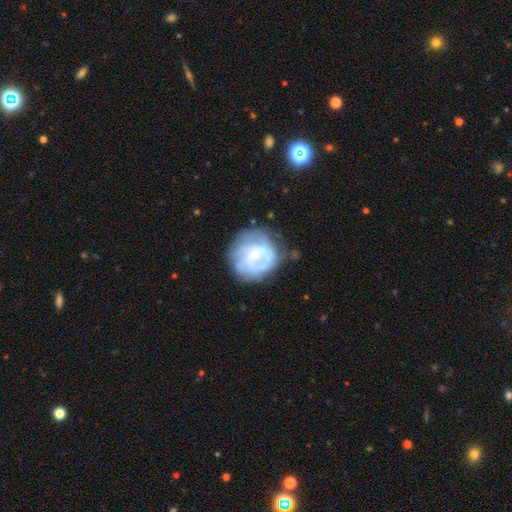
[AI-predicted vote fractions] Overall: featured or disk (68%). Edge-on disk: no (98%). Bar: no (77%). Spiral arms: yes (61%; no 39%). Bulge size: small (65%). Merging: none (63%).